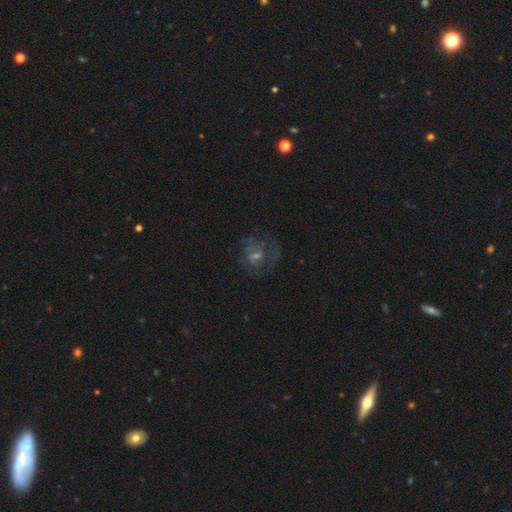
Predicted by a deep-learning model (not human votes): smooth-or-featured: featured or disk: 56% | star or artifact: 22% | smooth: 21%
  disk-edge-on: no: 97% | yes: 3%
    bar: no: 56% | weak: 37% | strong: 8%
    has-spiral-arms: yes: 68% | no: 32%
    bulge-size: small: 45% | moderate: 40% | none: 10% | large: 4% | dominant: 1%
  merging: none: 63% | major disturbance: 18% | minor disturbance: 16% | merger: 2%